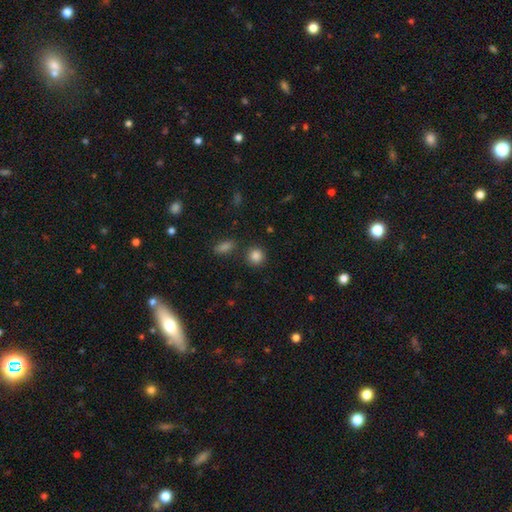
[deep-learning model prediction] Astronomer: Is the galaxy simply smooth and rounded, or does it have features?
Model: smooth — 86%.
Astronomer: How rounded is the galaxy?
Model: round — 88%.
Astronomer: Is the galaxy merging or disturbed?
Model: none — 84%.